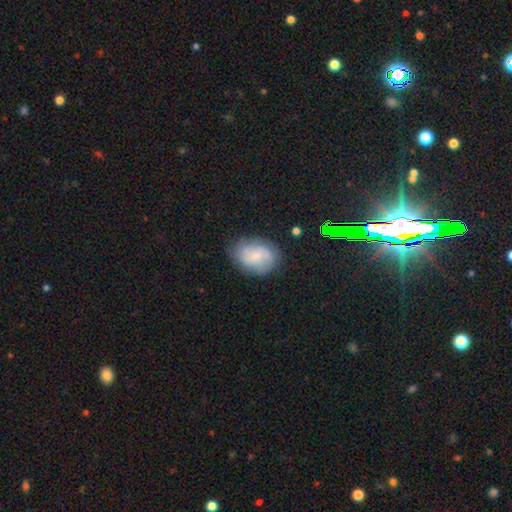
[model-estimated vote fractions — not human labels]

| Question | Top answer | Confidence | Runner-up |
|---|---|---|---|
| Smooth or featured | featured or disk | 46% | smooth (44%) |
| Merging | none | 73% | minor disturbance (20%) |